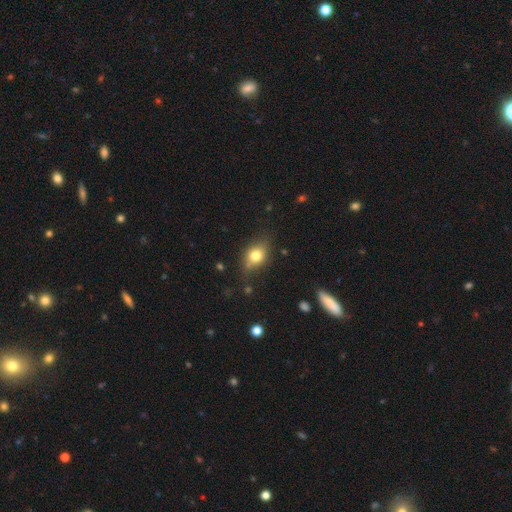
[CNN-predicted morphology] Smooth or featured?
  - smooth: 76% *
  - featured or disk: 14%
  - star or artifact: 10%
How rounded?
  - in between: 68% *
  - round: 30%
  - cigar-shaped: 2%
Merging?
  - none: 71% *
  - minor disturbance: 21%
  - major disturbance: 6%
  - merger: 2%